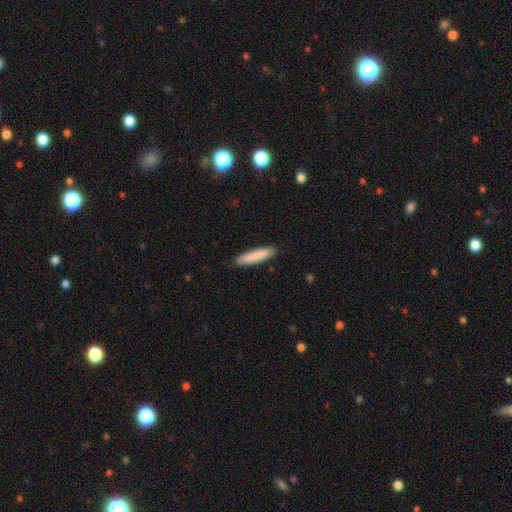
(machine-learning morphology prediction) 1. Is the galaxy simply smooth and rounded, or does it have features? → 85% smooth, 9% featured or disk, 6% star or artifact.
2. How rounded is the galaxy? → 85% cigar-shaped, 13% in between, 1% round.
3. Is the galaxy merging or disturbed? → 90% none, 7% minor disturbance, 1% major disturbance, 1% merger.